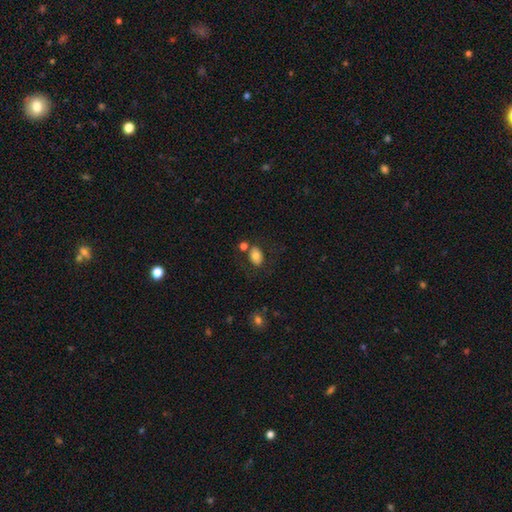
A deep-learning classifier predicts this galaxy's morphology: smooth-or-featured: smooth: 78% | featured or disk: 13% | star or artifact: 9%
  how-rounded: in between: 80% | round: 19% | cigar-shaped: 1%
  merging: none: 63% | merger: 16% | minor disturbance: 14% | major disturbance: 6%